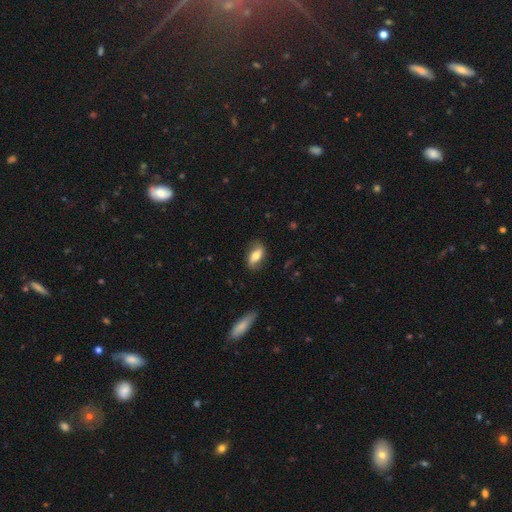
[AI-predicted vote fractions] A smooth galaxy with no disk features (52%) that is in between round and cigar-shaped (83%). Merging: none (79%).